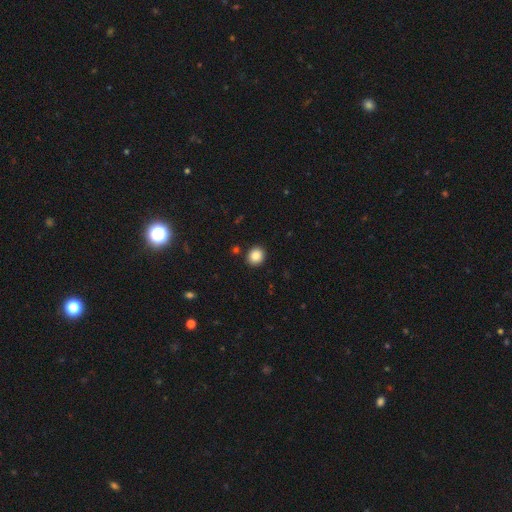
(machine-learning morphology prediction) The model was most divided on "how rounded": round: 75%, in between: 24%, cigar-shaped: 1%. More confident: merging — none (90%); smooth or featured — smooth (87%).